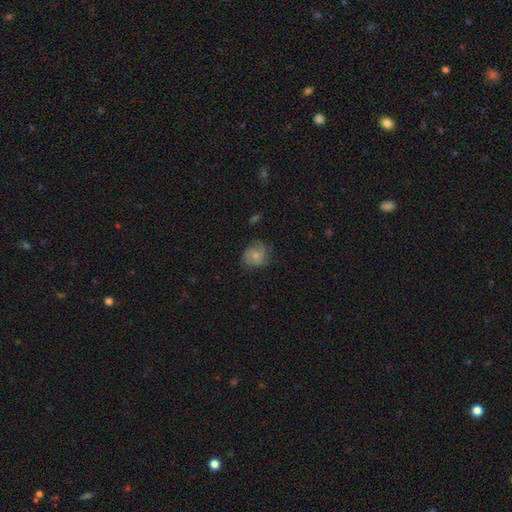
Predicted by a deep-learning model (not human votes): A smooth galaxy with no disk features (53%) that is round (74%).

Vote fractions:
- Smooth or featured? smooth: 53% / featured or disk: 38% / star or artifact: 8%
- How rounded? round: 74% / in between: 25% / cigar-shaped: 1%
- Merging? none: 67% / minor disturbance: 24% / major disturbance: 8% / merger: 1%